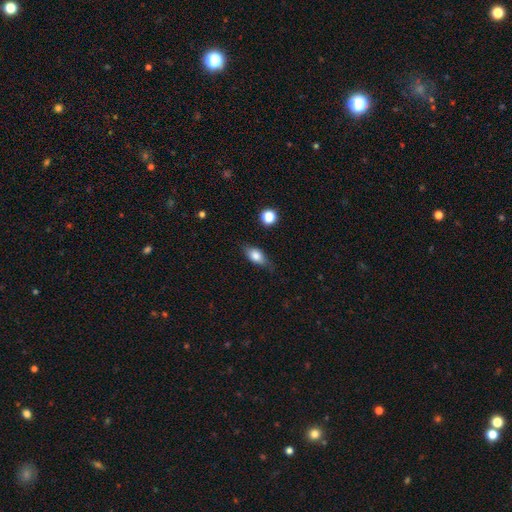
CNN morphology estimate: The model was most divided on "smooth or featured": smooth: 71%, featured or disk: 21%, star or artifact: 8%. More confident: how rounded — in between (78%); merging — none (74%).